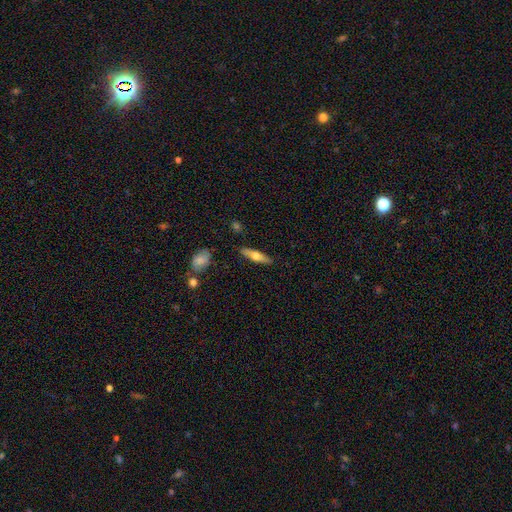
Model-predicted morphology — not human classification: The model was most divided on "smooth or featured": smooth: 49%, featured or disk: 45%, star or artifact: 6%. More confident: merging — none (86%).